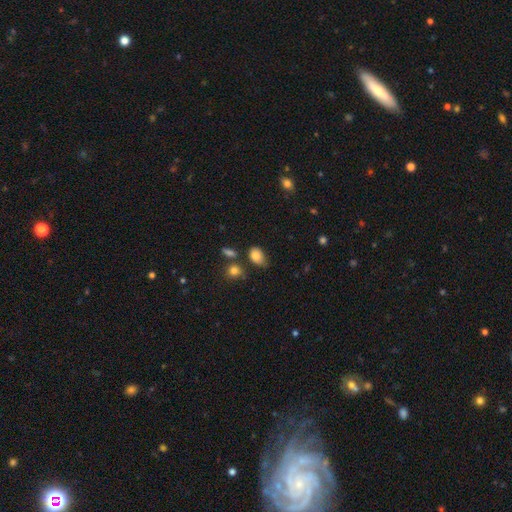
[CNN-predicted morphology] A smooth galaxy with no disk features (81%) that is in between round and cigar-shaped (80%). Merging: none (51%).